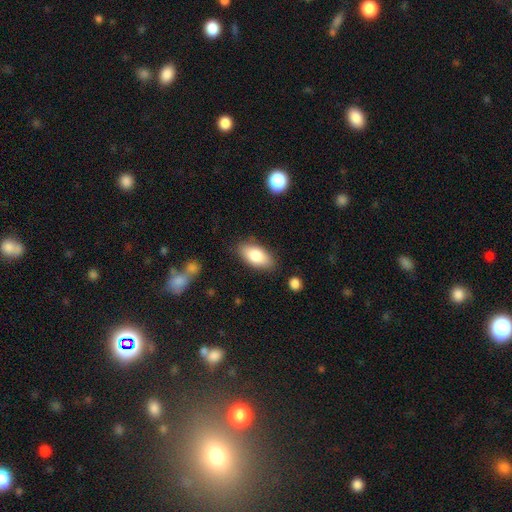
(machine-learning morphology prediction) Smooth or featured? Predicted: smooth (p=0.82). How rounded? Predicted: in between (p=0.91). Merging? Predicted: none (p=0.83).